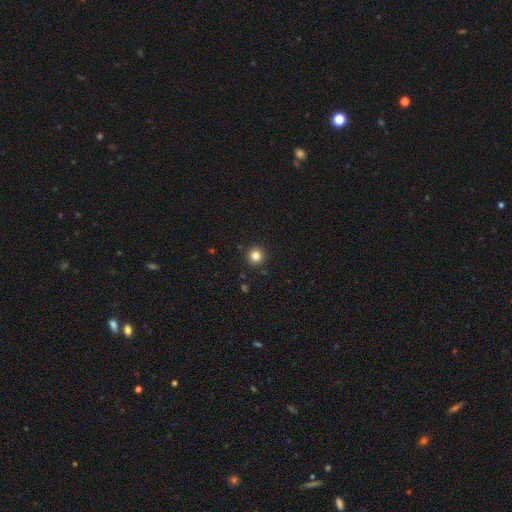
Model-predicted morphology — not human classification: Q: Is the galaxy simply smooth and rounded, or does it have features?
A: smooth — 82%.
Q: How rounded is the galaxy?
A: round — 95%.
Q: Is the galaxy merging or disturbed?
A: none — 93%.